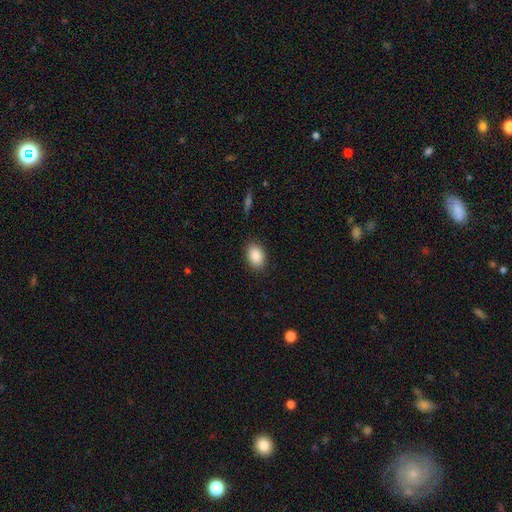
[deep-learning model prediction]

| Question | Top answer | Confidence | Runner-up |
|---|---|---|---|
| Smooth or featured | smooth | 88% | star or artifact (7%) |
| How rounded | in between | 87% | round (12%) |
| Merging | none | 87% | minor disturbance (9%) |